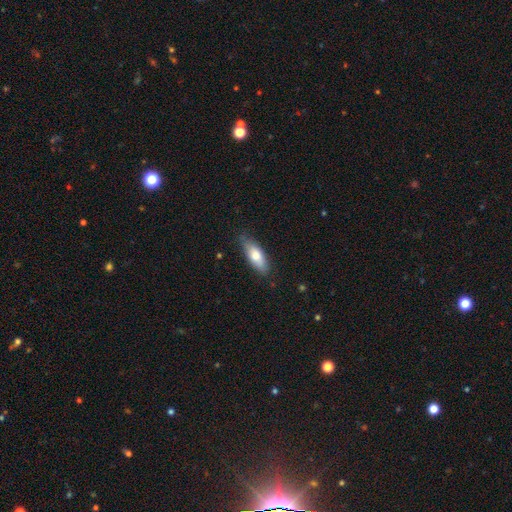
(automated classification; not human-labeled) smooth 73%, featured or disk 21%, star or artifact 6%. Down the decision tree: how rounded — in between (71%); merging — none (76%).